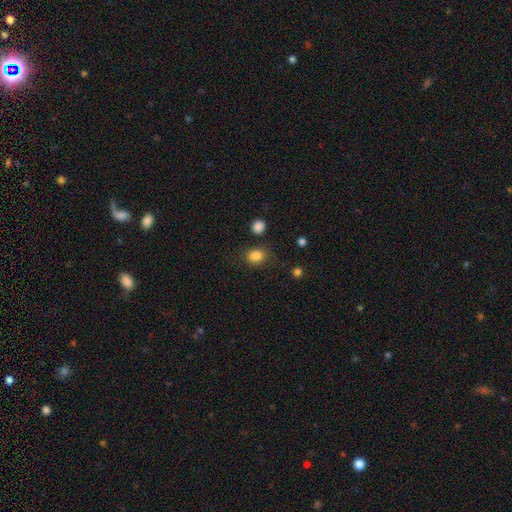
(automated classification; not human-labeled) Q: Smooth or featured?
A: smooth (85%); runner-up: star or artifact (11%)
Q: How rounded?
A: round (51%); runner-up: in between (48%)
Q: Merging?
A: none (77%); runner-up: minor disturbance (14%)